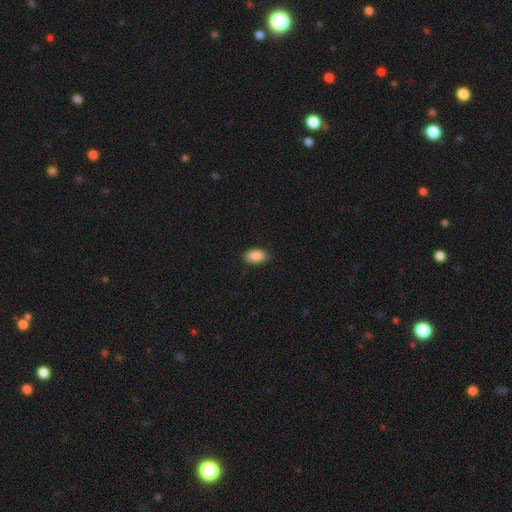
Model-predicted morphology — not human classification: Smooth or featured? Predicted: smooth (p=0.89). How rounded? Predicted: in between (p=0.93). Merging? Predicted: none (p=0.86).